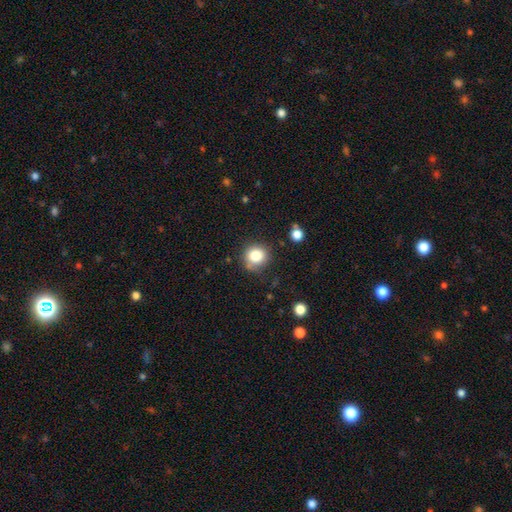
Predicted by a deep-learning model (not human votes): The model was most divided on "merging": none: 76%, minor disturbance: 16%, major disturbance: 4%, merger: 4%. More confident: how rounded — round (87%); smooth or featured — smooth (83%).